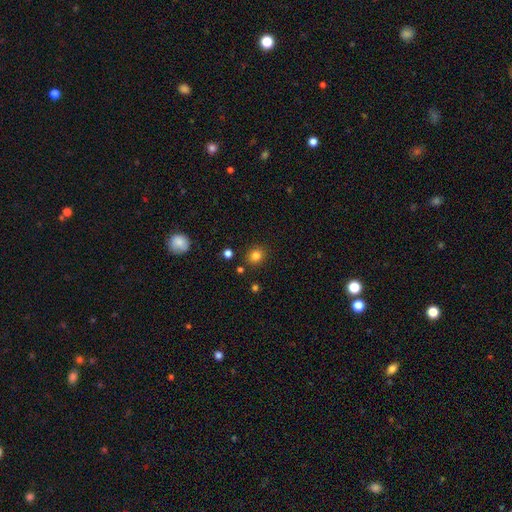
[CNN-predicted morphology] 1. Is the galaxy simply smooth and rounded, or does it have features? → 82% smooth, 13% star or artifact, 5% featured or disk.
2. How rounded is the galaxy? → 79% round, 20% in between, 1% cigar-shaped.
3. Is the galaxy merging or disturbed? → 86% none, 8% minor disturbance, 3% merger, 3% major disturbance.